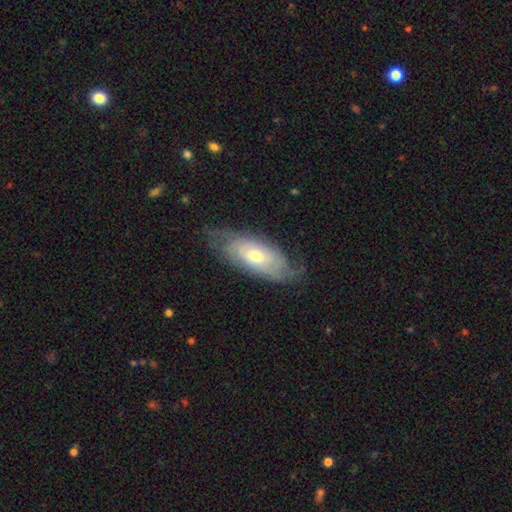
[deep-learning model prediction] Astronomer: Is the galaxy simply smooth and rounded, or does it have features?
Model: featured or disk — 62%.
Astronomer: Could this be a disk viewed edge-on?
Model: no — 85%.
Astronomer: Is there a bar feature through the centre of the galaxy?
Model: no — 76%.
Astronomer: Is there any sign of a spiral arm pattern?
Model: yes — 76%.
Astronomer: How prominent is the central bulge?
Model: moderate — 63%.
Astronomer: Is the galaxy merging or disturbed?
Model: none — 65%.